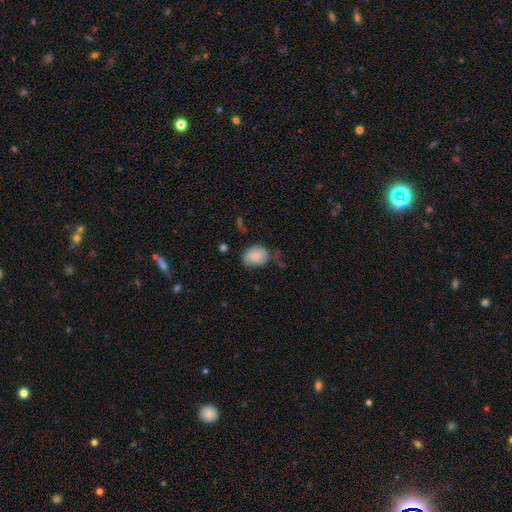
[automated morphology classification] A smooth galaxy with no disk features (81%) that is in between round and cigar-shaped (63%). Merging: none (46%).